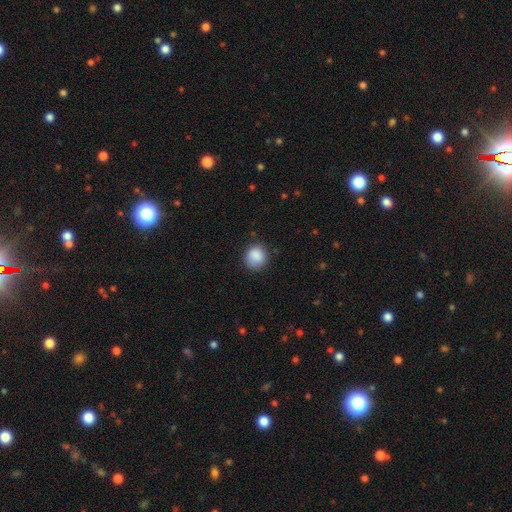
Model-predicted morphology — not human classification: type=smooth (88%); roundness=round (82%); merging=none (80%).